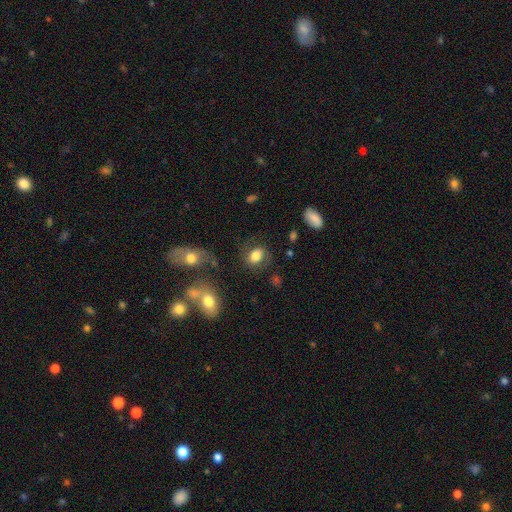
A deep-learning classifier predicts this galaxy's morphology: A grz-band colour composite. It shows a smooth galaxy with no disk features (73%) that is in between round and cigar-shaped (62%). Merging: none (70%).